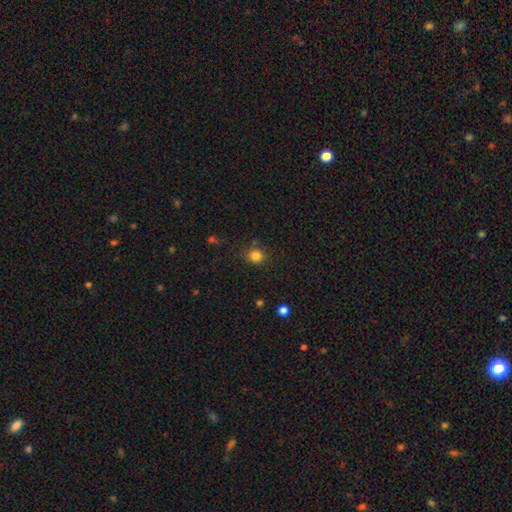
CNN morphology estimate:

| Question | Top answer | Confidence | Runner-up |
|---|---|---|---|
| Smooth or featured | smooth | 82% | star or artifact (13%) |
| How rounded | round | 85% | in between (14%) |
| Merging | none | 81% | minor disturbance (12%) |